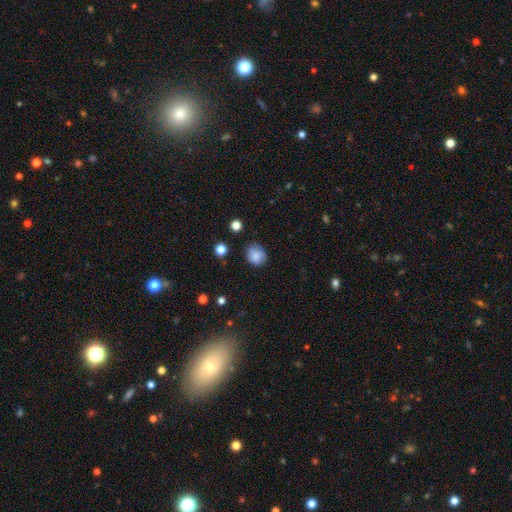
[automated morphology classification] Smooth or featured?
  - smooth: 83% *
  - star or artifact: 10%
  - featured or disk: 8%
How rounded?
  - round: 69% *
  - in between: 30%
  - cigar-shaped: 1%
Merging?
  - none: 75% *
  - minor disturbance: 19%
  - major disturbance: 4%
  - merger: 2%